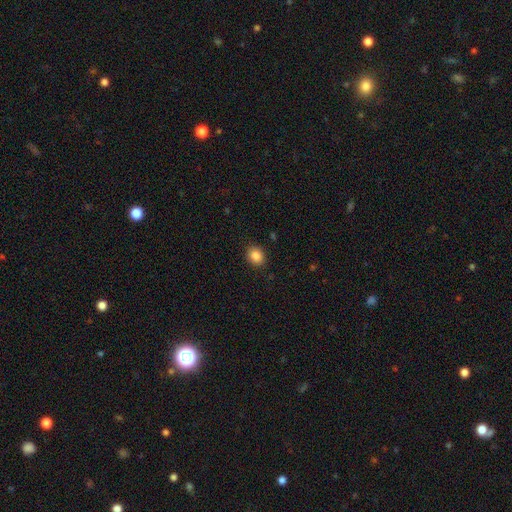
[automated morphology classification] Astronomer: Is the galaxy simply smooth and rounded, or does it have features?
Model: smooth — 87%.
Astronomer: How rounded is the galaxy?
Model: round — 61% (runner-up: in between, 39%).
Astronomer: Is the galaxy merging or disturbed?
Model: none — 88%.